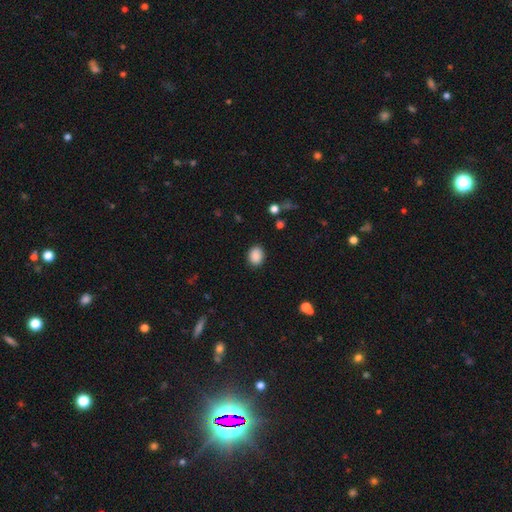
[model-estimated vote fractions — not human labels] A smooth galaxy with no disk features (88%) that is in between round and cigar-shaped (52%).

Vote fractions:
- Smooth or featured? smooth: 88% / star or artifact: 9% / featured or disk: 3%
- How rounded? in between: 52% / round: 47% / cigar-shaped: 1%
- Merging? none: 89% / minor disturbance: 8% / major disturbance: 2% / merger: 1%